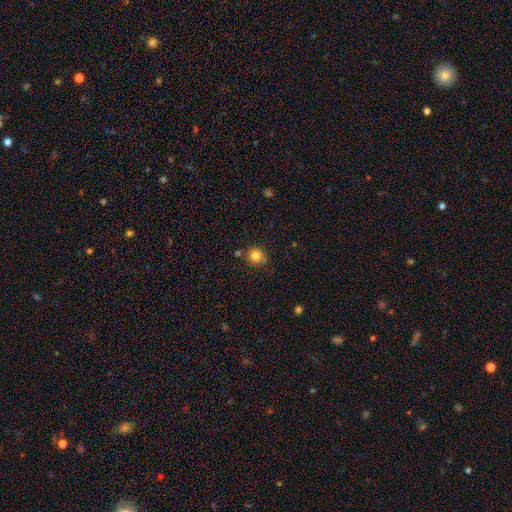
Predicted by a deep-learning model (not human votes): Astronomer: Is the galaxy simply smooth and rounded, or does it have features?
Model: smooth — 83%.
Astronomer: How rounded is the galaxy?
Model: round — 87%.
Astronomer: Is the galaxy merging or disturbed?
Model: none — 76%.